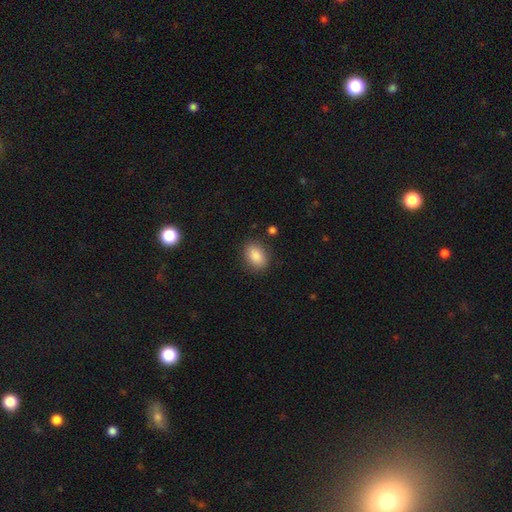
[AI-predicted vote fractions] The model was most divided on "how rounded": in between: 76%, round: 22%, cigar-shaped: 1%. More confident: smooth or featured — smooth (87%); merging — none (85%).